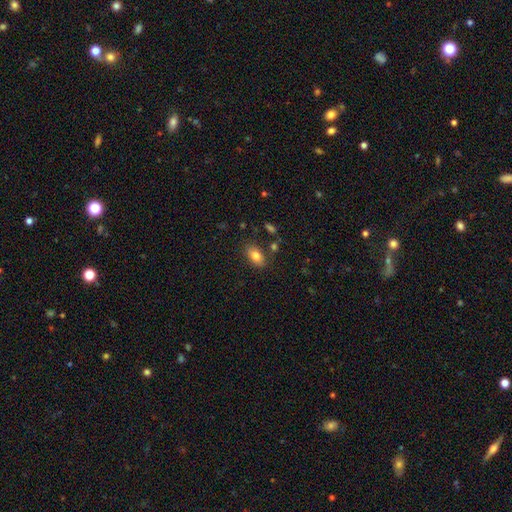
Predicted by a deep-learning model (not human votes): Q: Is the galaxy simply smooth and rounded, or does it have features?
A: smooth — 83%.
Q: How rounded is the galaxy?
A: in between — 90%.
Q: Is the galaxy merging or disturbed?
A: none — 82%.